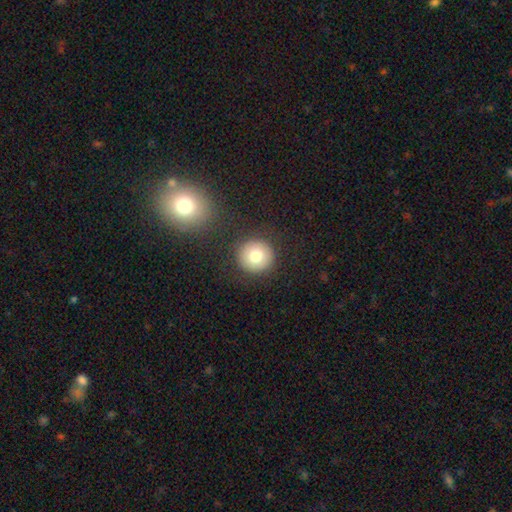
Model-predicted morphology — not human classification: A smooth galaxy with no disk features (77%) that is round (94%). Merging: none (88%).